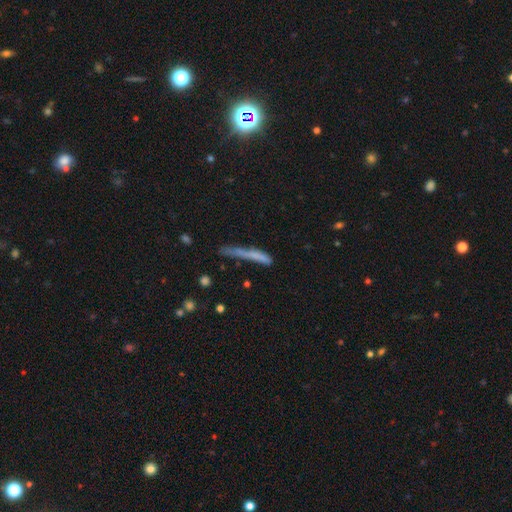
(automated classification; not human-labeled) This is likely a smooth galaxy (66%). How rounded: clearly cigar-shaped (92%). Merging: possibly none (47%).